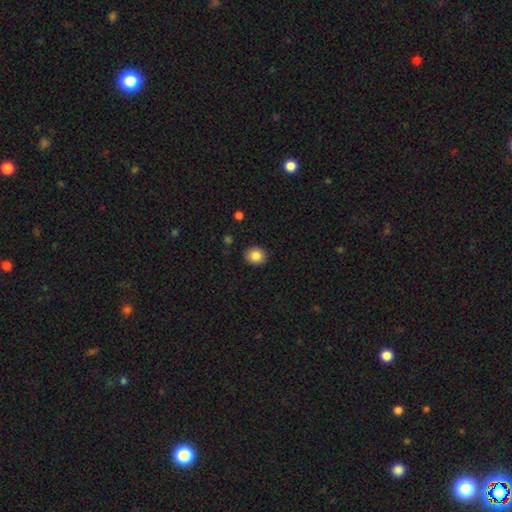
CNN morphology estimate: A smooth galaxy with no disk features (86%) that is round (64%). Merging: none (89%).